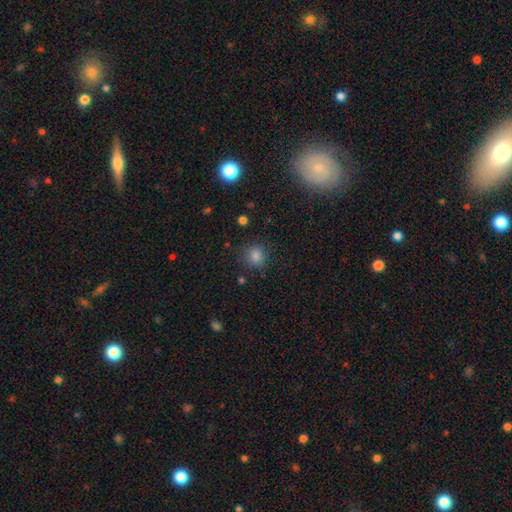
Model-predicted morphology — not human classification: The model was most divided on "smooth or featured": smooth: 80%, star or artifact: 15%, featured or disk: 5%. More confident: how rounded — round (88%); merging — none (85%).